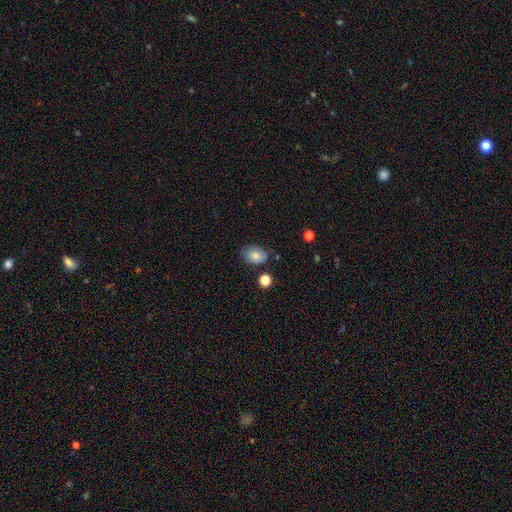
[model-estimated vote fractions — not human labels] A smooth galaxy with no disk features (79%) that is in between round and cigar-shaped (74%).

Vote fractions:
- Smooth or featured? smooth: 79% / featured or disk: 12% / star or artifact: 9%
- How rounded? in between: 74% / round: 25% / cigar-shaped: 1%
- Merging? none: 71% / minor disturbance: 22% / major disturbance: 5% / merger: 3%